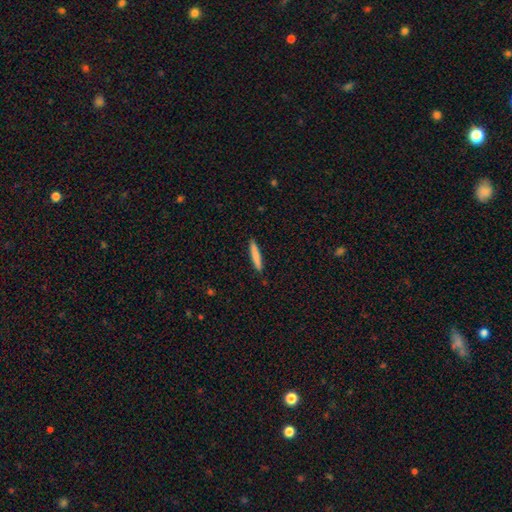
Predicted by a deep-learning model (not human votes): Overall: smooth (81%). How rounded: cigar-shaped (94%). Merging: none (91%).